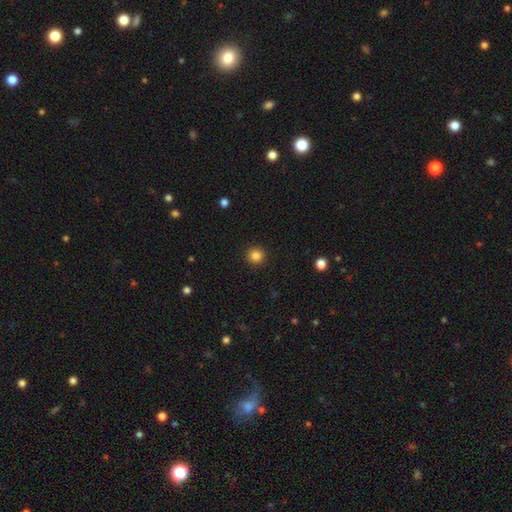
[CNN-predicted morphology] This is clearly a smooth galaxy (84%). How rounded: clearly round (95%). Merging: clearly none (93%).